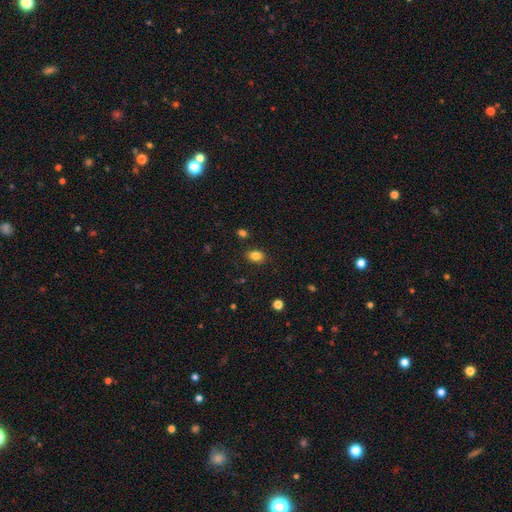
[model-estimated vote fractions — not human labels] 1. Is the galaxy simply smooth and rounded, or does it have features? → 84% smooth, 10% star or artifact, 6% featured or disk.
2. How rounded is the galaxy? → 71% in between, 28% round, 1% cigar-shaped.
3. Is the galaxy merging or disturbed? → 85% none, 10% minor disturbance, 3% major disturbance, 2% merger.